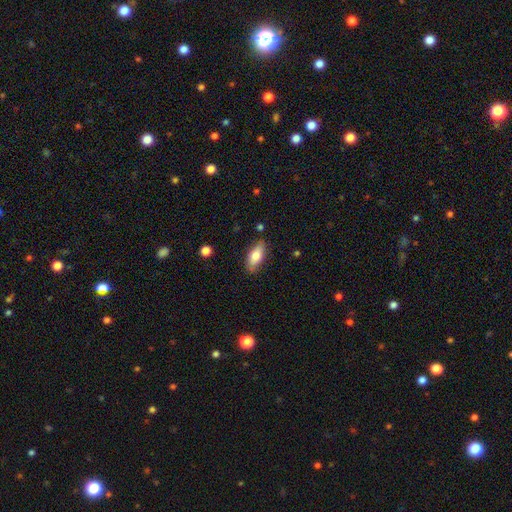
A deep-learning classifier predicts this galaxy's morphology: Smooth or featured? Predicted: smooth (p=0.73). How rounded? Predicted: in between (p=0.83). Merging? Predicted: none (p=0.80).